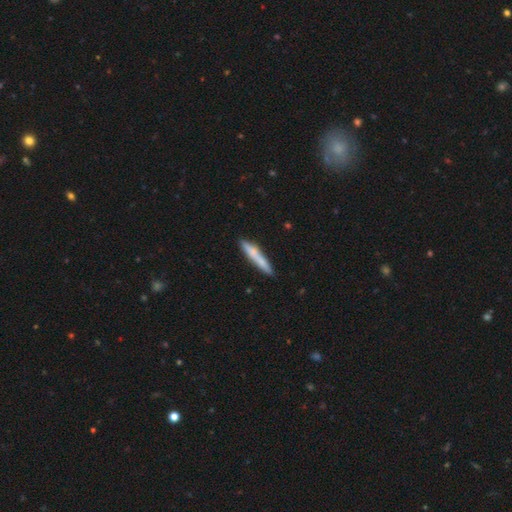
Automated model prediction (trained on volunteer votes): smooth 72%, featured or disk 23%, star or artifact 6%. Down the decision tree: how rounded — cigar-shaped (94%); merging — none (84%).